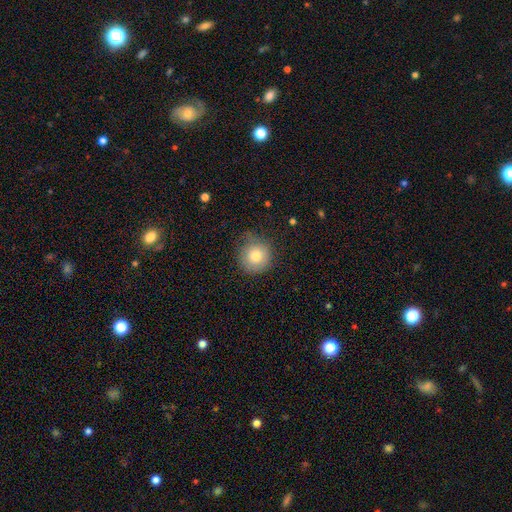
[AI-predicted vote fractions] A smooth galaxy with no disk features (77%) that is round (93%). Merging: none (71%).